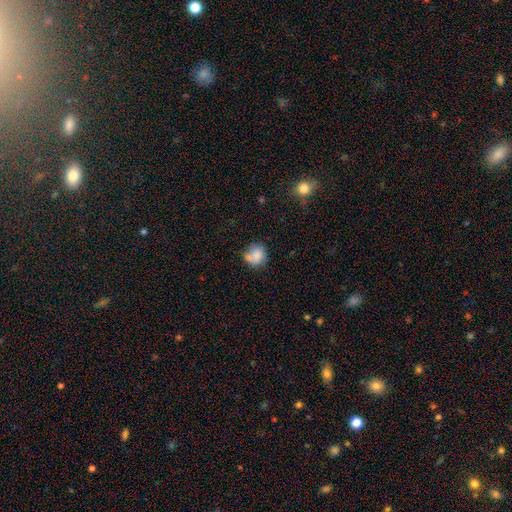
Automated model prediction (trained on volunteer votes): This appears to be a smooth galaxy with no disk features (79%) that is round (78%). Merging: none (54%).